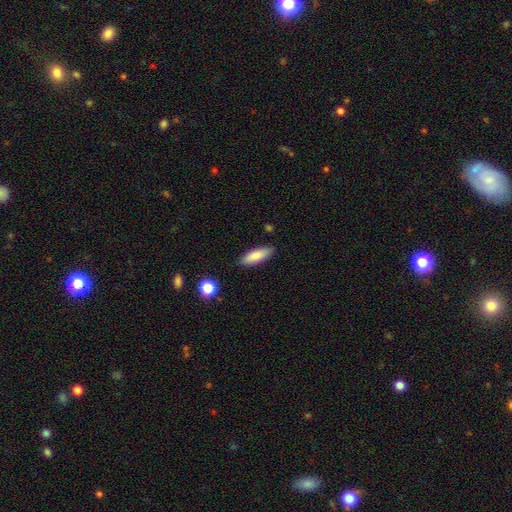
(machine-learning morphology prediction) smooth 83%, featured or disk 11%, star or artifact 7%. Down the decision tree: how rounded — in between (60%); merging — none (86%).